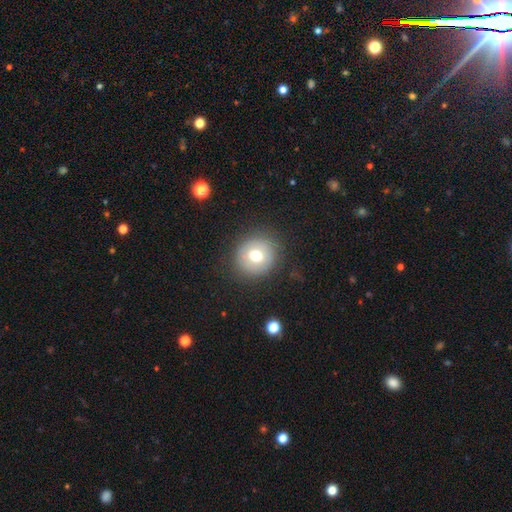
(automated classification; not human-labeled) Smooth or featured?
  - smooth: 69% *
  - featured or disk: 20%
  - star or artifact: 11%
How rounded?
  - round: 87% *
  - in between: 12%
  - cigar-shaped: 1%
Merging?
  - none: 85% *
  - minor disturbance: 10%
  - major disturbance: 4%
  - merger: 1%